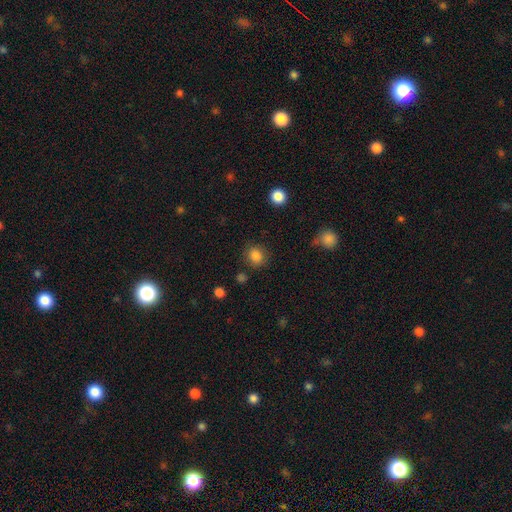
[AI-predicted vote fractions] A smooth galaxy with no disk features (84%) that is round (75%).

Vote fractions:
- Smooth or featured? smooth: 84% / star or artifact: 11% / featured or disk: 5%
- How rounded? round: 75% / in between: 24% / cigar-shaped: 1%
- Merging? none: 84% / minor disturbance: 10% / major disturbance: 4% / merger: 2%